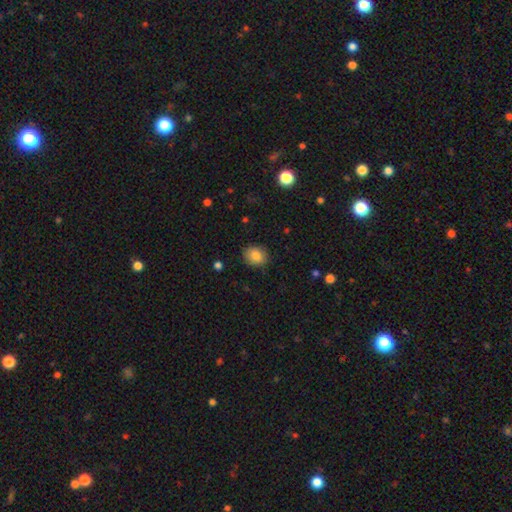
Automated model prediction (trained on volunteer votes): Smooth or featured? Predicted: smooth (p=0.84). How rounded? Predicted: round (p=0.59). Merging? Predicted: none (p=0.86).